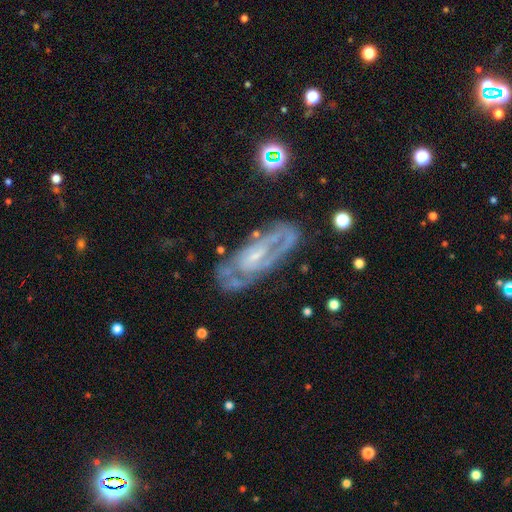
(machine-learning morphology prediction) This is clearly a featured or disk galaxy (81%). It is clearly not viewed edge-on (91%). Bar: possibly no (46%). Spiral arm pattern: clearly yes (85%). Spiral arm count: possibly 2 (46%). Spiral winding: possibly tight (49%). Central bulge: likely small (67%). Merging: likely none (62%).